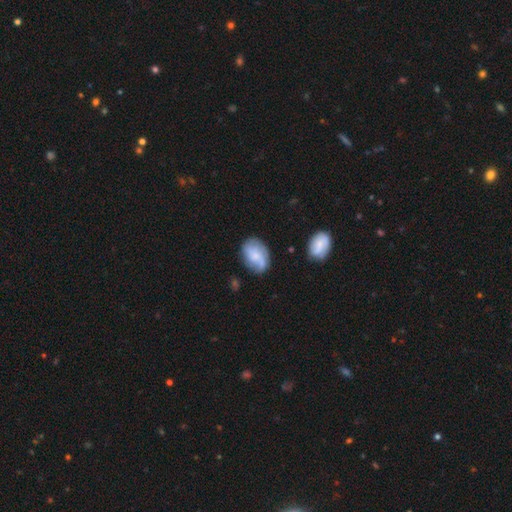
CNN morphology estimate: A smooth galaxy with no disk features (54%) that is in between round and cigar-shaped (80%). Merging: none (60%).